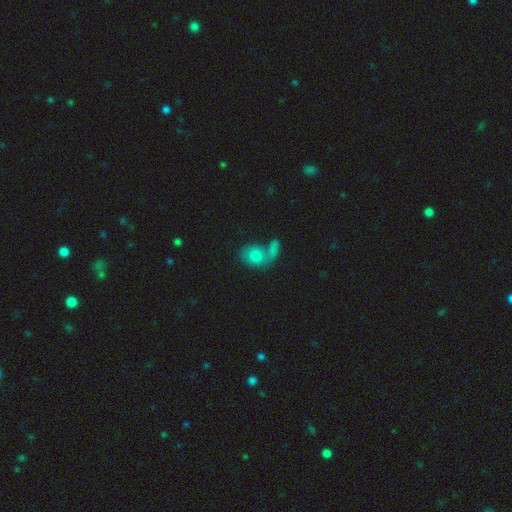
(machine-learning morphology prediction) This is likely a smooth galaxy (70%). How rounded: possibly in between (55%). Merging: marginally merger (44%).